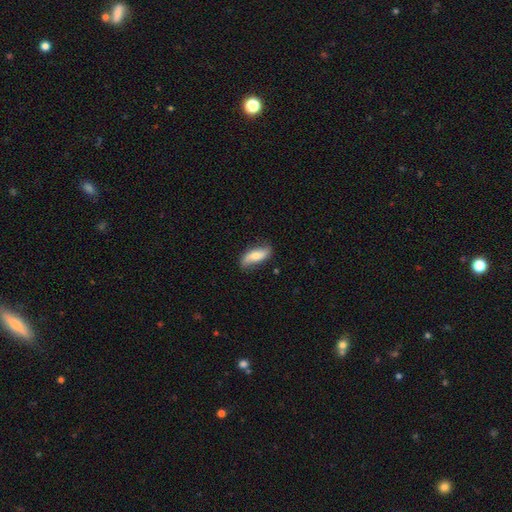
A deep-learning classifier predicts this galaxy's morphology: smooth_or_featured: smooth (p=0.56) [alt: featured or disk p=0.38]
how_rounded: in between (p=0.71) [alt: cigar-shaped p=0.26]
merging: none (p=0.72) [alt: minor disturbance p=0.21]